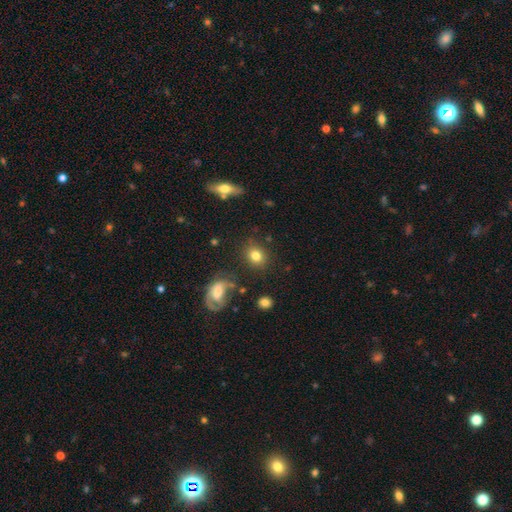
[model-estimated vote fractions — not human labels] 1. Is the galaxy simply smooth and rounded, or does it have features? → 80% smooth, 11% star or artifact, 9% featured or disk.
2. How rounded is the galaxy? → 60% round, 39% in between, 1% cigar-shaped.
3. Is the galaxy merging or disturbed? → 81% none, 11% minor disturbance, 4% major disturbance, 4% merger.